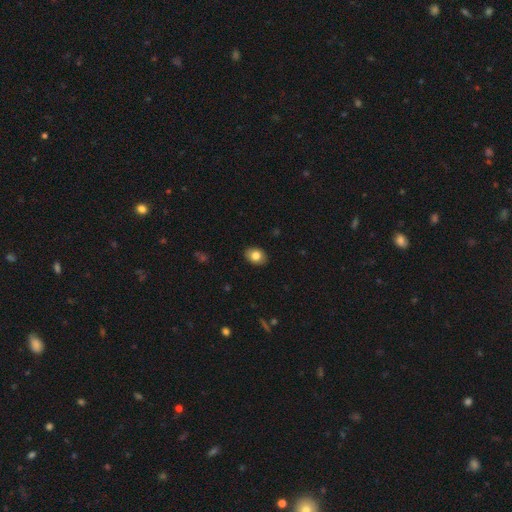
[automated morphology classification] Smooth or featured? smooth (81%)
How rounded? in between (68%)
Merging? none (89%)